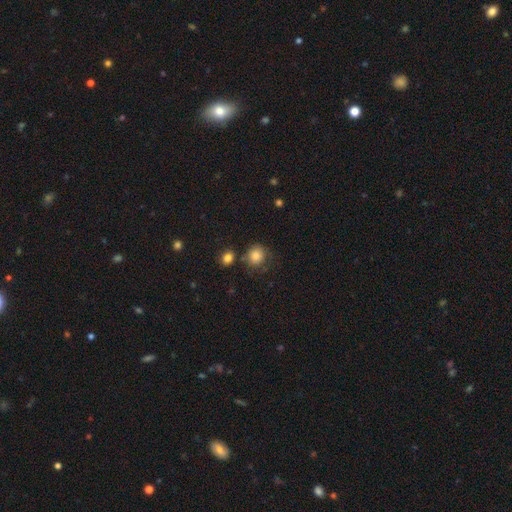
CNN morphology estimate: Q: Smooth or featured?
A: smooth (83%); runner-up: star or artifact (9%)
Q: How rounded?
A: round (83%); runner-up: in between (16%)
Q: Merging?
A: none (64%); runner-up: minor disturbance (19%)